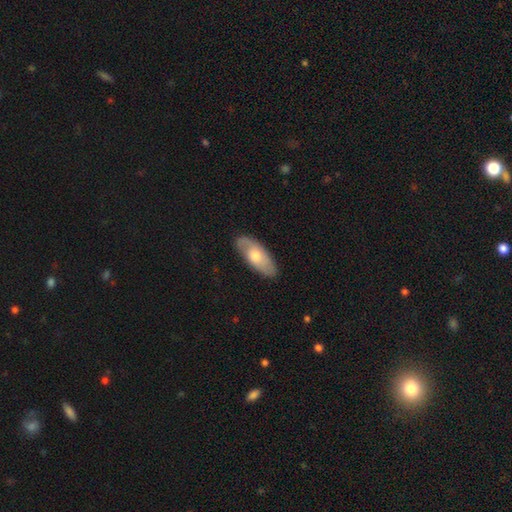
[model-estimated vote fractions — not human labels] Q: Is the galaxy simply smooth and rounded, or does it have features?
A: smooth — 52%.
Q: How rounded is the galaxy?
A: in between — 84%.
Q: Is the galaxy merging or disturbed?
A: none — 81%.